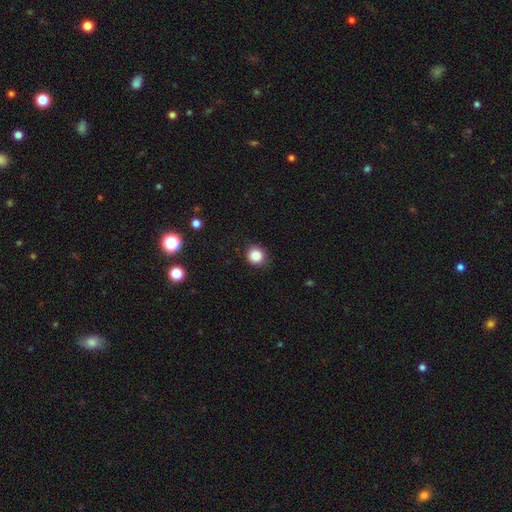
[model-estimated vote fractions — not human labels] Smooth or featured?
  - smooth: 87% *
  - star or artifact: 10%
  - featured or disk: 3%
How rounded?
  - round: 88% *
  - in between: 11%
  - cigar-shaped: 1%
Merging?
  - none: 88% *
  - minor disturbance: 9%
  - major disturbance: 2%
  - merger: 1%